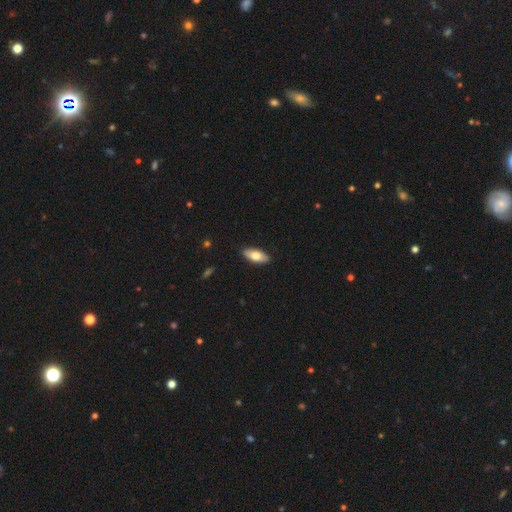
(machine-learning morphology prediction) Overall: smooth (72%). How rounded: in between (84%). Merging: none (89%).